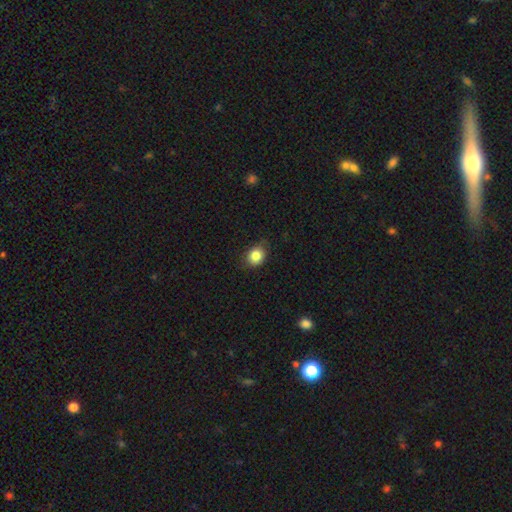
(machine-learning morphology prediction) smooth 84%, star or artifact 9%, featured or disk 6%. Down the decision tree: how rounded — round (55%); merging — none (79%).